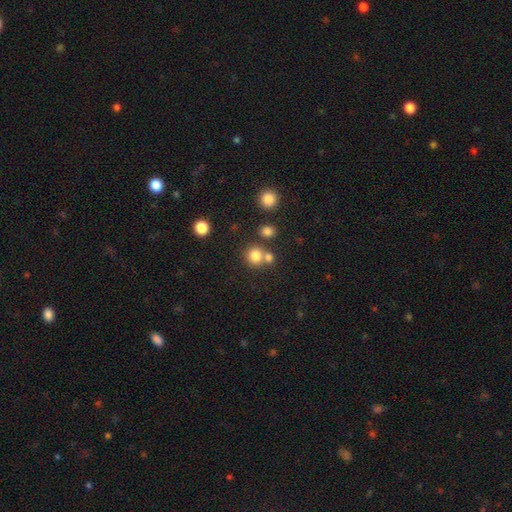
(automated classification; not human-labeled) Smooth or featured? Predicted: smooth (p=0.79). How rounded? Predicted: round (p=0.87). Merging? Predicted: none (p=0.60).